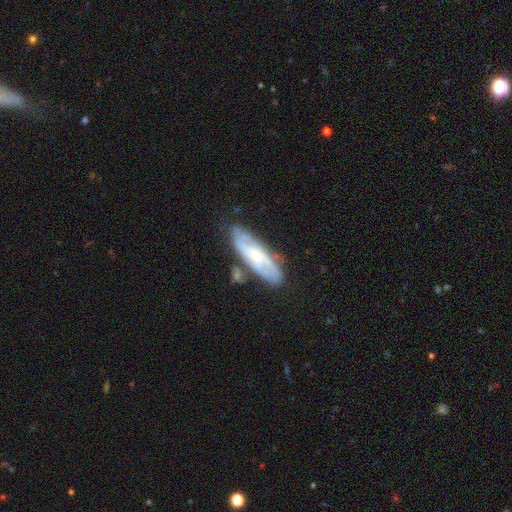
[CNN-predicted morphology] Overall: featured or disk (69%). Edge-on disk: no (80%). Bar: no (61%; weak 30%). Spiral arms: yes (82%). Bulge size: small (61%; moderate 35%). Merging: none (68%).